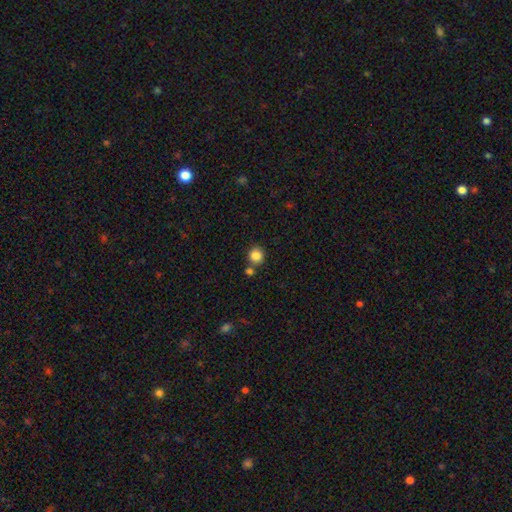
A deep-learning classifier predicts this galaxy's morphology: Smooth or featured: smooth — 85% (star or artifact — 10%)
How rounded: round — 87% (in between — 12%)
Merging: none — 72% (merger — 16%)